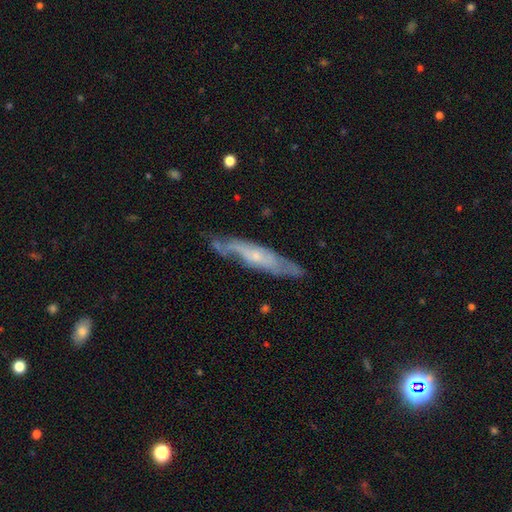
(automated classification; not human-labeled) Smooth or featured: featured or disk — 69% (smooth — 25%)
Edge-on disk: no — 53% (yes — 47%)
Merging: none — 67% (minor disturbance — 23%)